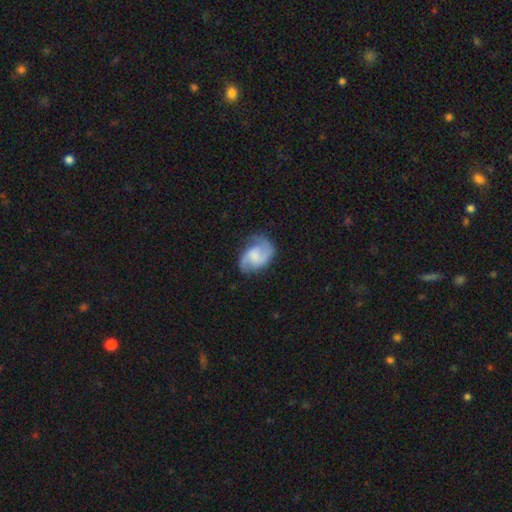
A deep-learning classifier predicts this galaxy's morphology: featured or disk 73%, smooth 20%, star or artifact 6%. Down the decision tree: edge-on disk — no (98%); bar — no (45%, tied with weak); spiral arms — yes (94%); spiral arm count — 2 (88%); spiral winding — medium (46%); bulge size — none (42%); merging — none (68%).